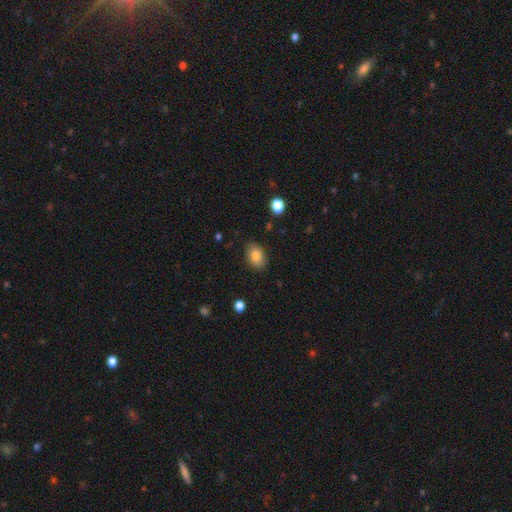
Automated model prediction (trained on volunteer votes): Q: Smooth or featured?
A: smooth (84%); runner-up: star or artifact (8%)
Q: How rounded?
A: in between (81%); runner-up: round (18%)
Q: Merging?
A: none (84%); runner-up: minor disturbance (12%)